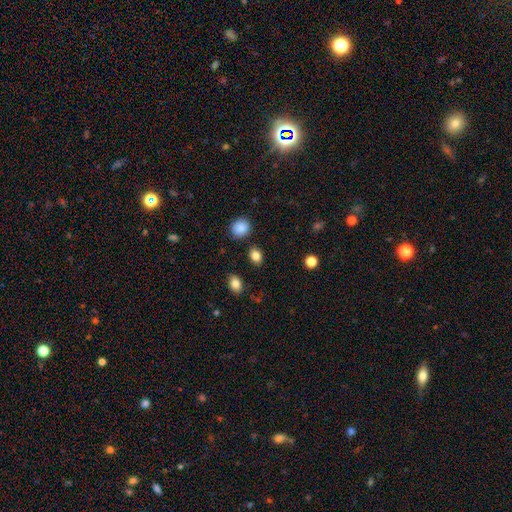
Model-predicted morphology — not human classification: This is clearly a smooth galaxy (84%). How rounded: possibly in between (58%). Merging: clearly none (85%).